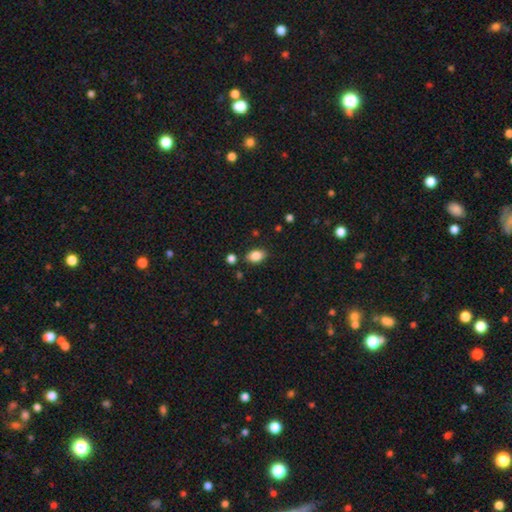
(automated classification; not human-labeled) Smooth or featured? Predicted: smooth (p=0.86). How rounded? Predicted: in between (p=0.88). Merging? Predicted: none (p=0.82).